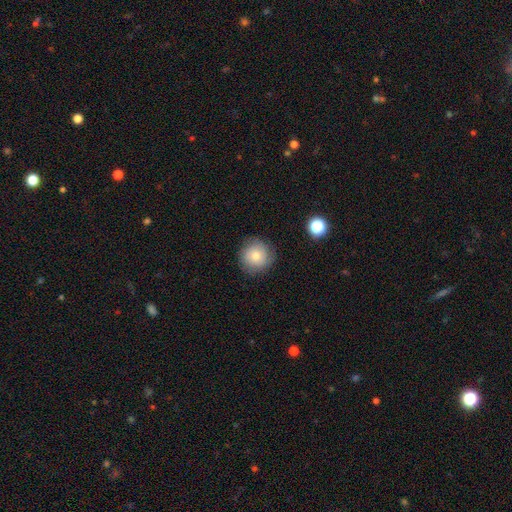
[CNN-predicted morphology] This appears to be a smooth galaxy with no disk features (75%) that is round (94%). Merging: none (84%).